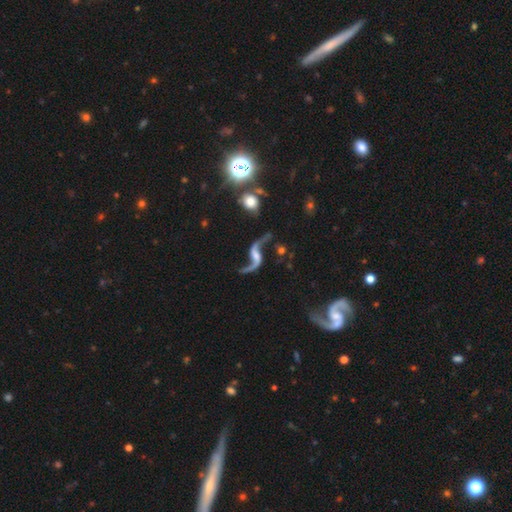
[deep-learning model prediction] Smooth or featured? Predicted: featured or disk (p=0.91). Edge-on disk? Predicted: no (p=0.96). Bar? Predicted: no (p=0.46). Spiral arms? Predicted: yes (p=0.97). Spiral winding? Predicted: loose (p=0.94). Spiral arm count? Predicted: 2 (p=0.94). Bulge size? Predicted: small (p=0.39). Merging? Predicted: none (p=0.71).